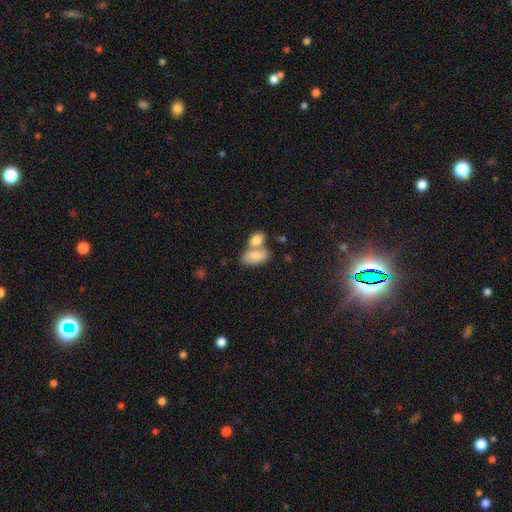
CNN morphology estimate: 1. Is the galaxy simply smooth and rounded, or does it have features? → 83% smooth, 11% featured or disk, 6% star or artifact.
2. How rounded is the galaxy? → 91% in between, 5% round, 3% cigar-shaped.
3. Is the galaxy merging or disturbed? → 56% merger, 31% none, 9% minor disturbance, 4% major disturbance.